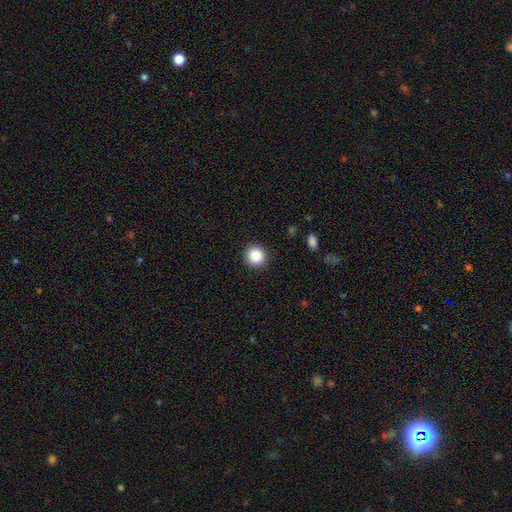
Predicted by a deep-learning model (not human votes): Q: Smooth or featured?
A: smooth (87%); runner-up: star or artifact (9%)
Q: How rounded?
A: round (93%); runner-up: in between (6%)
Q: Merging?
A: none (91%); runner-up: minor disturbance (6%)